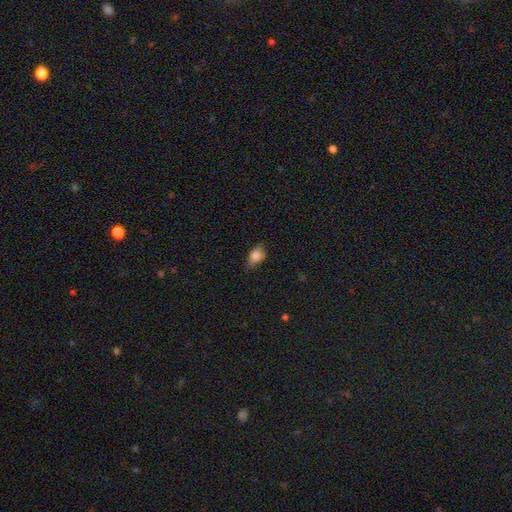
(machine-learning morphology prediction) The model was most divided on "merging": none: 65%, minor disturbance: 28%, major disturbance: 5%, merger: 1%. More confident: how rounded — in between (85%); smooth or featured — smooth (83%).